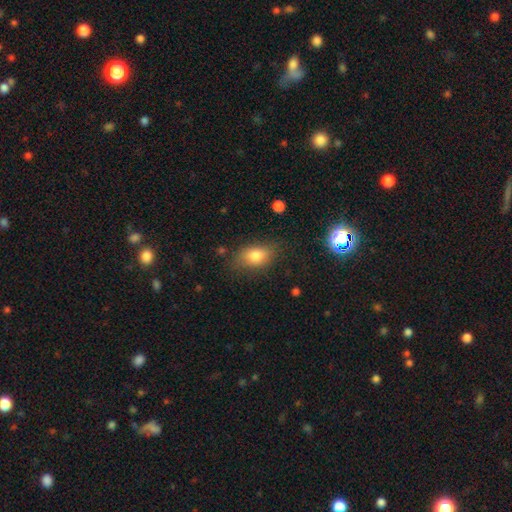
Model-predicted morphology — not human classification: A smooth galaxy with no disk features (79%) that is in between round and cigar-shaped (84%). Merging: none (73%).